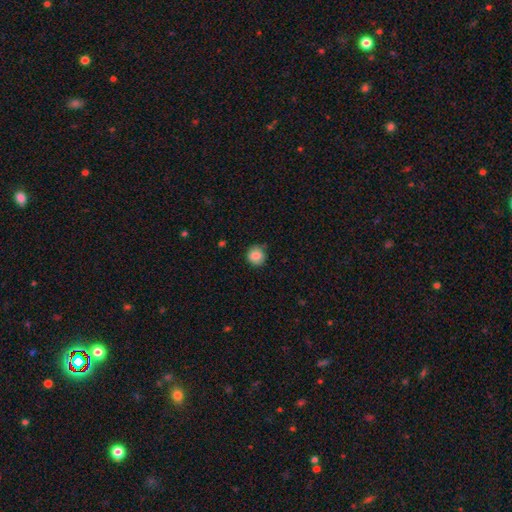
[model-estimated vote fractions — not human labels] Smooth or featured: smooth — 85% (star or artifact — 9%)
How rounded: round — 91% (in between — 8%)
Merging: none — 79% (minor disturbance — 17%)